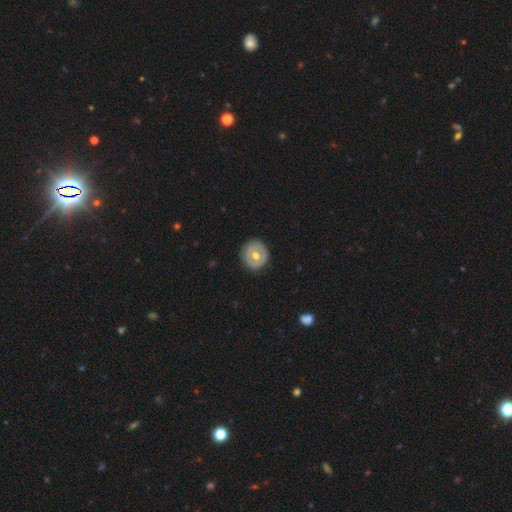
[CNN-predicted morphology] A smooth galaxy with no disk features (49%). Merging: none (88%).